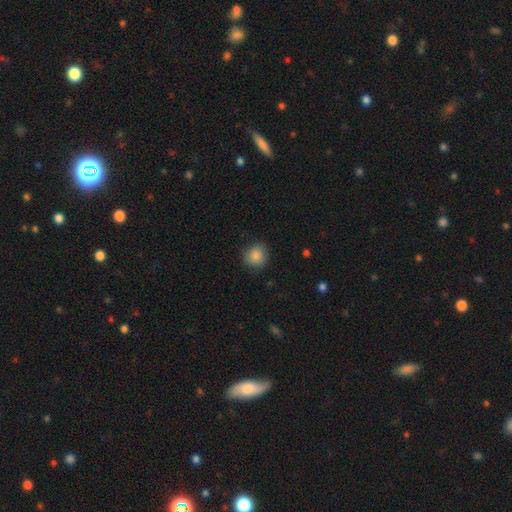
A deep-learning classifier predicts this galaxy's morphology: This appears to be a smooth galaxy with no disk features (87%) that is round (85%). Merging: none (81%).